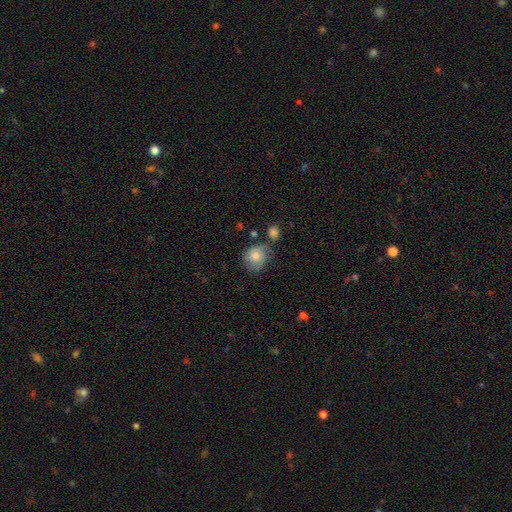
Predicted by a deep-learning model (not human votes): Q: Smooth or featured?
A: smooth (69%); runner-up: featured or disk (24%)
Q: How rounded?
A: round (75%); runner-up: in between (24%)
Q: Merging?
A: none (51%); runner-up: minor disturbance (28%)